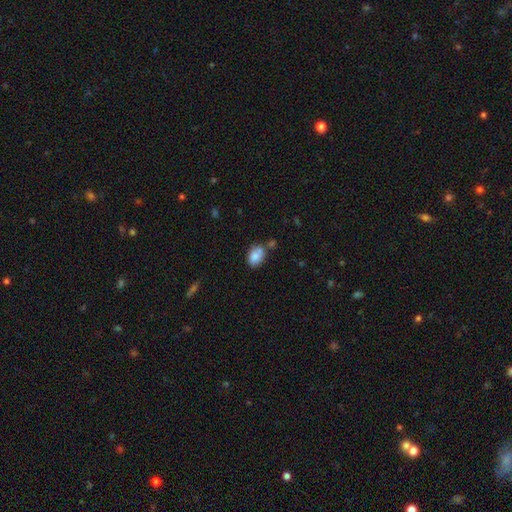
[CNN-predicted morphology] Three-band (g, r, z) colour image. It shows a smooth galaxy with no disk features (84%) that is in between round and cigar-shaped (78%). Merging: none (55%).